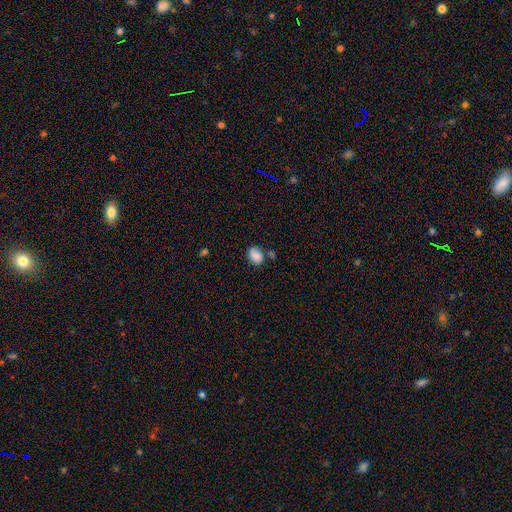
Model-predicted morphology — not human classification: smooth_or_featured: smooth (p=0.84) [alt: star or artifact p=0.09]
how_rounded: in between (p=0.66) [alt: round p=0.33]
merging: none (p=0.61) [alt: minor disturbance p=0.21]